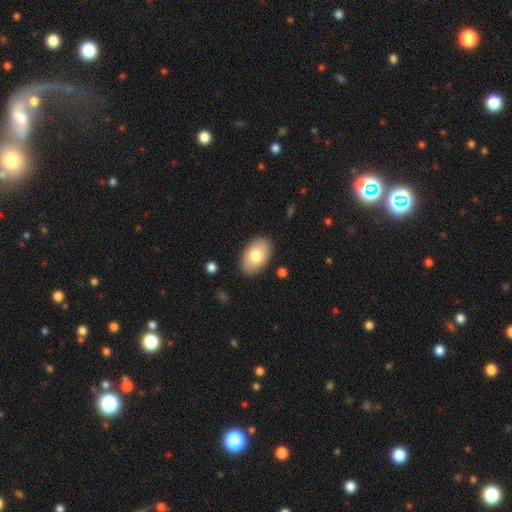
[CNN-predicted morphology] smooth_or_featured: smooth (p=0.76) [alt: featured or disk p=0.18]
how_rounded: in between (p=0.92) [alt: round p=0.07]
merging: none (p=0.88) [alt: minor disturbance p=0.08]